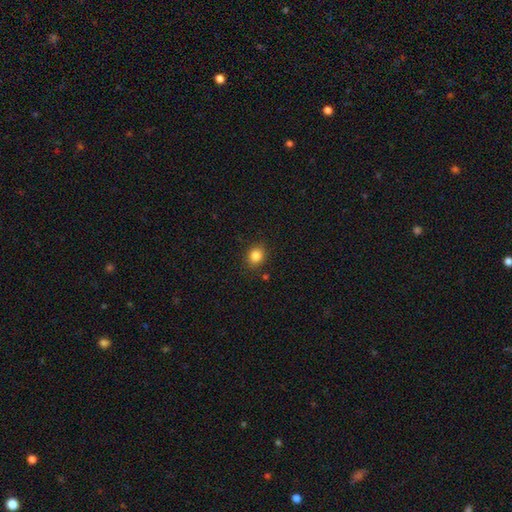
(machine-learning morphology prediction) type=smooth (84%); roundness=round (67%); merging=none (88%).